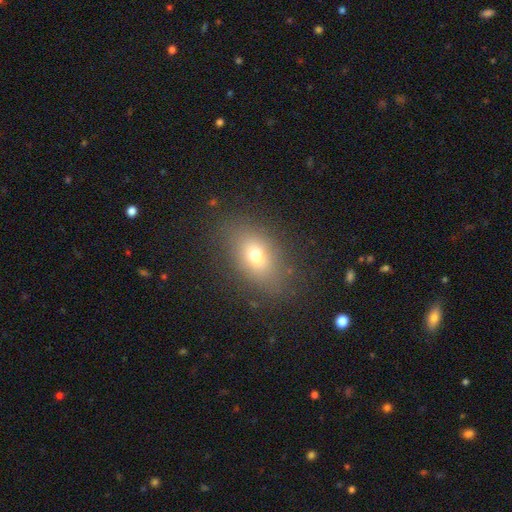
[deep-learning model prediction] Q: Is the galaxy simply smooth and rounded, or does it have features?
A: smooth — 69%.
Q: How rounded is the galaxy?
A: in between — 76%.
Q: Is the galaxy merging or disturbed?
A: none — 82%.